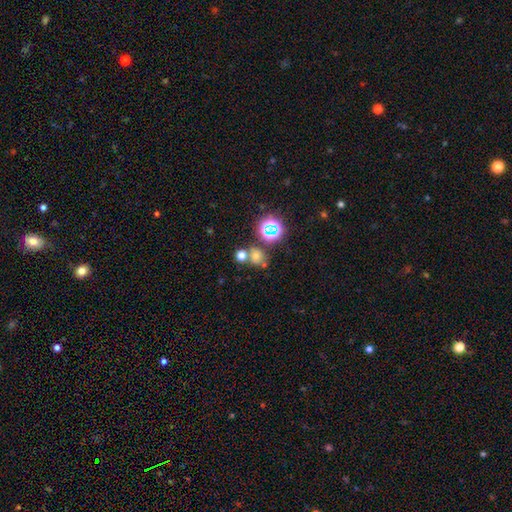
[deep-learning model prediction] Smooth or featured?
  - smooth: 61% *
  - star or artifact: 29%
  - featured or disk: 10%
How rounded?
  - round: 76% *
  - in between: 23%
  - cigar-shaped: 1%
Merging?
  - none: 59% *
  - merger: 27%
  - minor disturbance: 10%
  - major disturbance: 4%